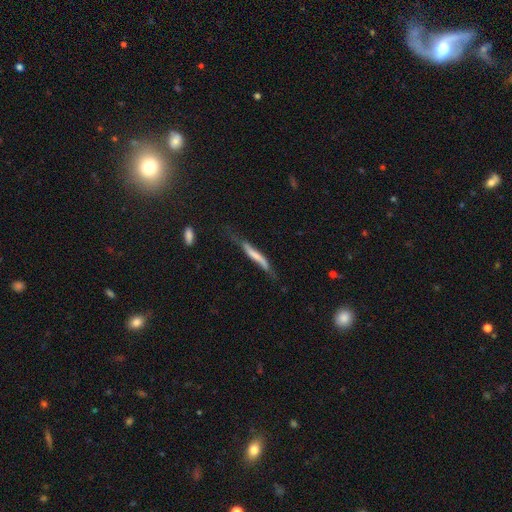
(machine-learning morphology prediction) type=smooth (47%, tied with featured or disk); merging=none (41%).